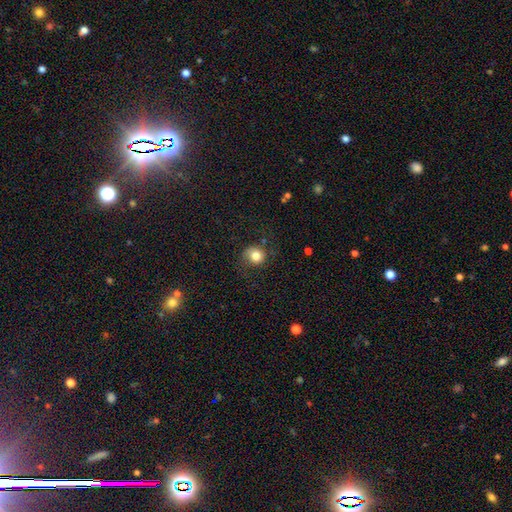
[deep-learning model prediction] A smooth galaxy with no disk features (80%) that is round (83%). Merging: none (69%).